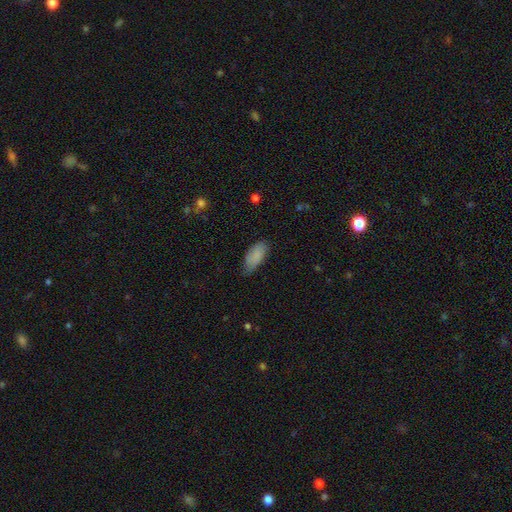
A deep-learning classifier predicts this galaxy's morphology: Smooth or featured?
  - smooth: 86% *
  - featured or disk: 8%
  - star or artifact: 7%
How rounded?
  - in between: 86% *
  - cigar-shaped: 12%
  - round: 2%
Merging?
  - none: 61% *
  - minor disturbance: 31%
  - major disturbance: 6%
  - merger: 1%